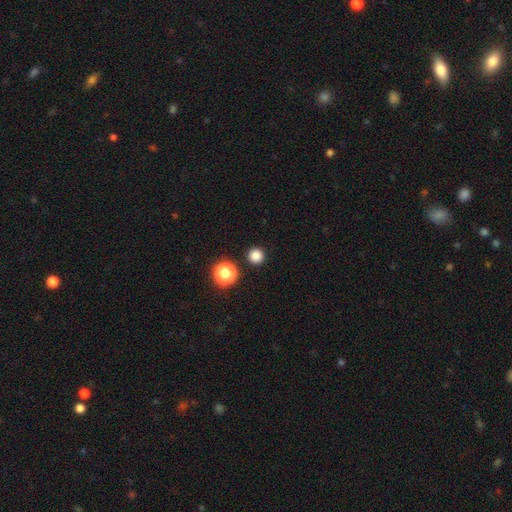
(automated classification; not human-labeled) smooth_or_featured: smooth (p=0.83) [alt: star or artifact p=0.13]
how_rounded: round (p=0.96) [alt: in between p=0.03]
merging: none (p=0.92) [alt: minor disturbance p=0.04]